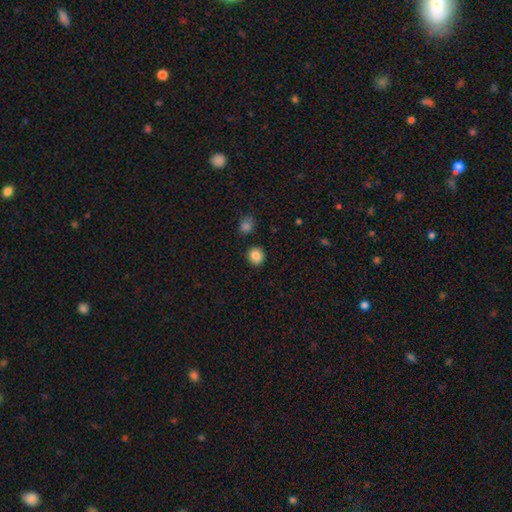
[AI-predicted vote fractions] This is clearly a smooth galaxy (85%). How rounded: clearly round (87%). Merging: clearly none (89%).